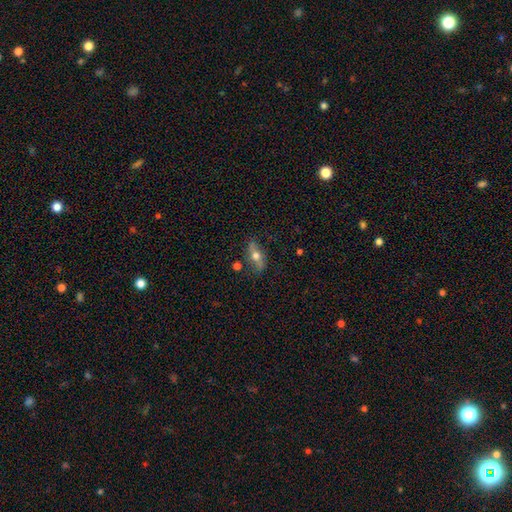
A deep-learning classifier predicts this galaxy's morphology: Smooth or featured?
  - featured or disk: 53% *
  - smooth: 39%
  - star or artifact: 8%
Edge-on disk?
  - yes: 61% *
  - no: 39%
Merging?
  - none: 79% *
  - minor disturbance: 14%
  - major disturbance: 4%
  - merger: 3%